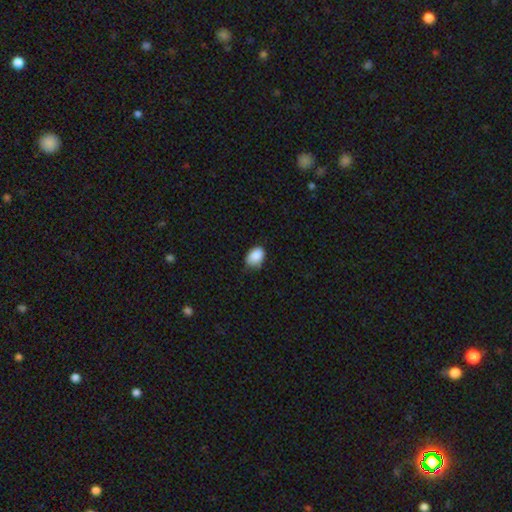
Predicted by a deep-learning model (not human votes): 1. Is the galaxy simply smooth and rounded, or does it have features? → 88% smooth, 8% star or artifact, 5% featured or disk.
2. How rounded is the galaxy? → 78% in between, 21% round, 1% cigar-shaped.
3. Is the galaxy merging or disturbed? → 63% none, 32% minor disturbance, 4% major disturbance, 1% merger.